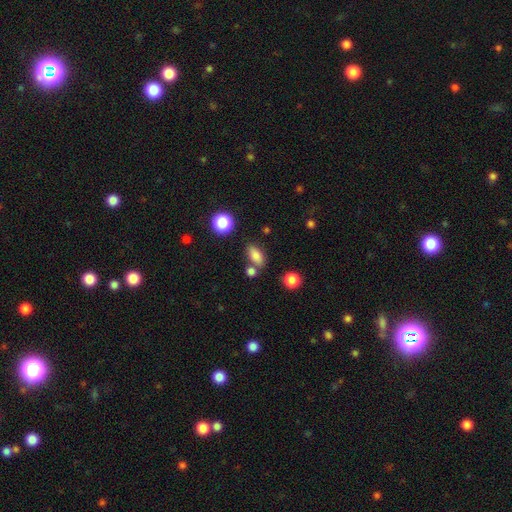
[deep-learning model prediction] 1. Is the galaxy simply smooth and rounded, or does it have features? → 81% smooth, 10% star or artifact, 9% featured or disk.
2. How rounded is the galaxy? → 83% in between, 9% round, 8% cigar-shaped.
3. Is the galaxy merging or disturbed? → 70% none, 15% merger, 12% minor disturbance, 4% major disturbance.